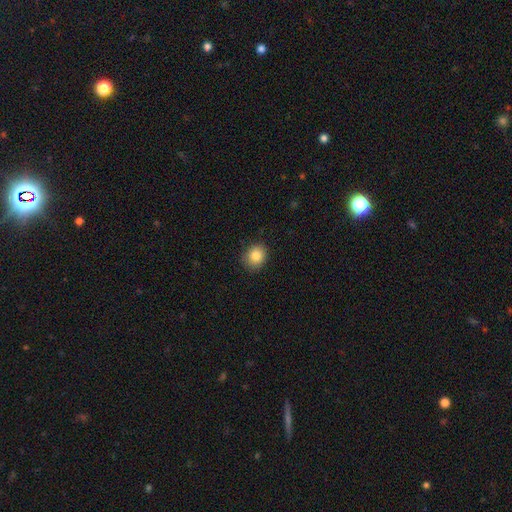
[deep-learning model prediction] A smooth galaxy with no disk features (84%) that is round (70%). Merging: none (88%).